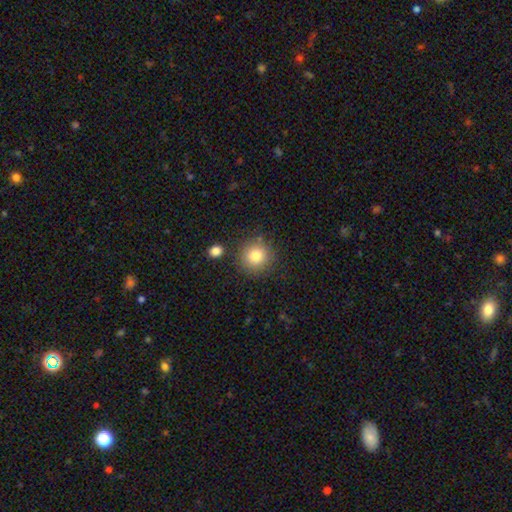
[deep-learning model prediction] smooth-or-featured: smooth: 82% | star or artifact: 10% | featured or disk: 8%
  how-rounded: round: 92% | in between: 7% | cigar-shaped: 1%
  merging: none: 82% | minor disturbance: 9% | merger: 5% | major disturbance: 3%